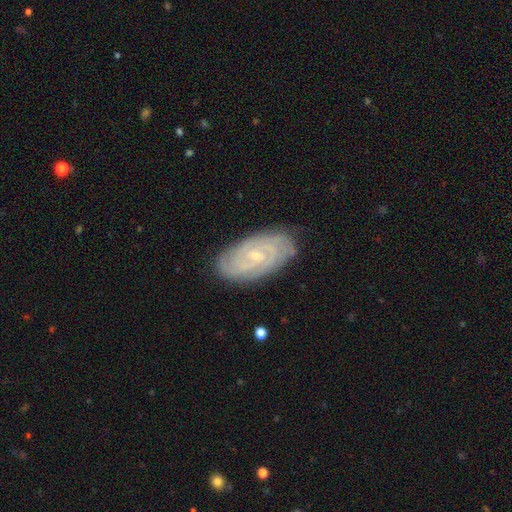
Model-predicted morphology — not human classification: The model was most divided on "spiral arm count" (2-way tie): 2: 31%, can't tell: 31%, 3: 16%, 4: 11%, more than 4: 5%, 1: 5%. More confident: spiral arms — yes (96%); edge-on disk — no (95%); merging — none (82%); smooth or featured — featured or disk (81%); spiral winding — tight (74%); bulge size — small (72%); bar — no (53%).